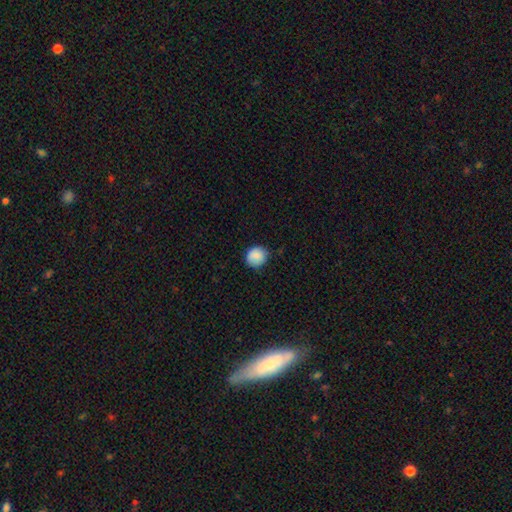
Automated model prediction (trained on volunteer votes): Smooth or featured? Predicted: smooth (p=0.86). How rounded? Predicted: round (p=0.83). Merging? Predicted: none (p=0.80).